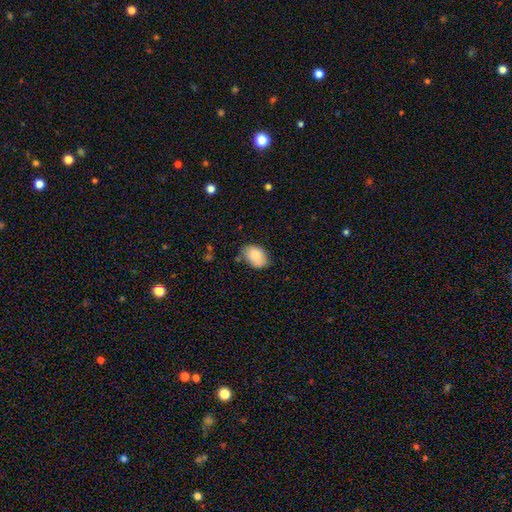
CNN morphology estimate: smooth-or-featured: smooth: 83% | featured or disk: 10% | star or artifact: 7%
  how-rounded: in between: 86% | round: 13% | cigar-shaped: 1%
  merging: none: 73% | minor disturbance: 21% | major disturbance: 4% | merger: 2%